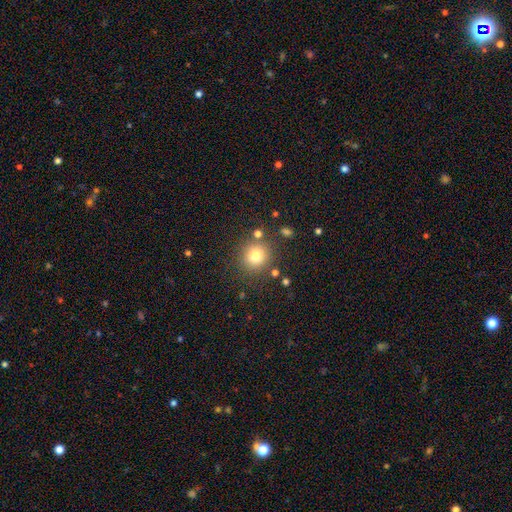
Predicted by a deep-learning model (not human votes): Smooth or featured: smooth — 78% (star or artifact — 14%)
How rounded: round — 91% (in between — 8%)
Merging: none — 83% (minor disturbance — 9%)